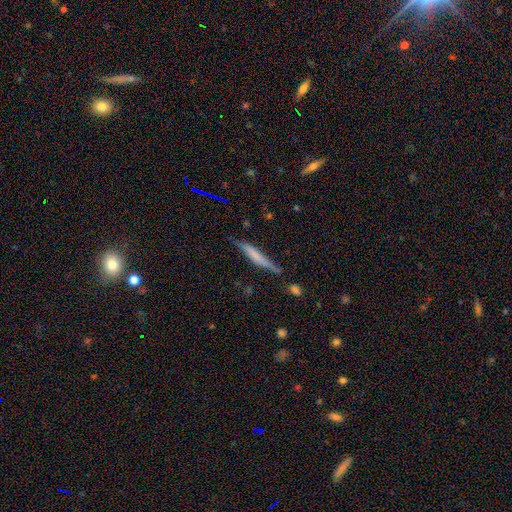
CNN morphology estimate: The model was most divided on "smooth or featured": smooth: 53%, featured or disk: 40%, star or artifact: 7%. More confident: how rounded — cigar-shaped (93%); merging — none (66%).